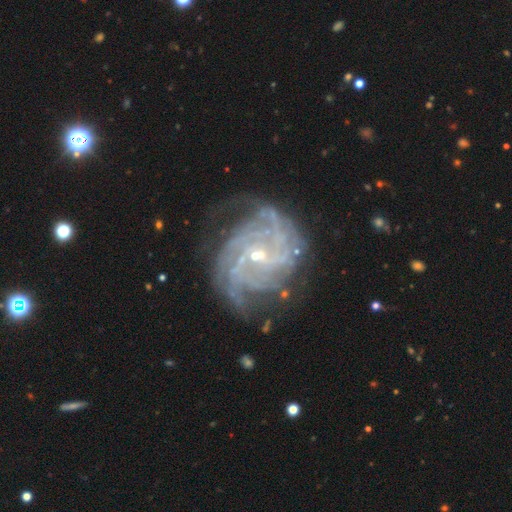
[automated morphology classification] smooth-or-featured: featured or disk: 89% | star or artifact: 6% | smooth: 4%
  disk-edge-on: no: 98% | yes: 2%
    bar: weak: 44% | no: 41% | strong: 16%
    has-spiral-arms: yes: 97% | no: 3%
      spiral-winding: tight: 58% | medium: 32% | loose: 9%
      spiral-arm-count: can't tell: 27% | 4: 22% | more than 4: 16% | 3: 13% | 2: 13% | 1: 8%
    bulge-size: small: 81% | moderate: 15% | none: 2% | large: 1% | dominant: 1%
  merging: none: 67% | minor disturbance: 20% | major disturbance: 11% | merger: 2%